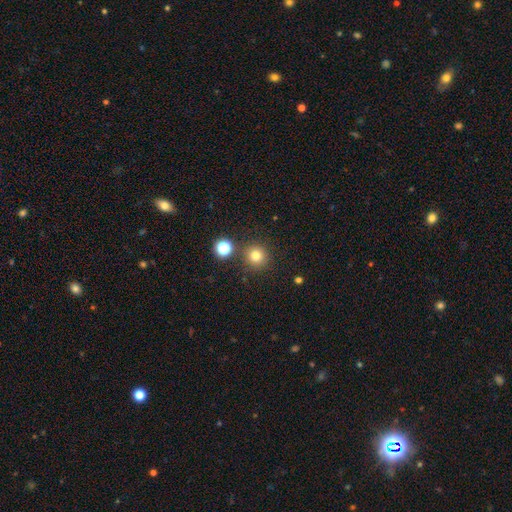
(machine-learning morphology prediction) This appears to be a smooth galaxy with no disk features (78%) that is round (94%). Merging: none (85%).